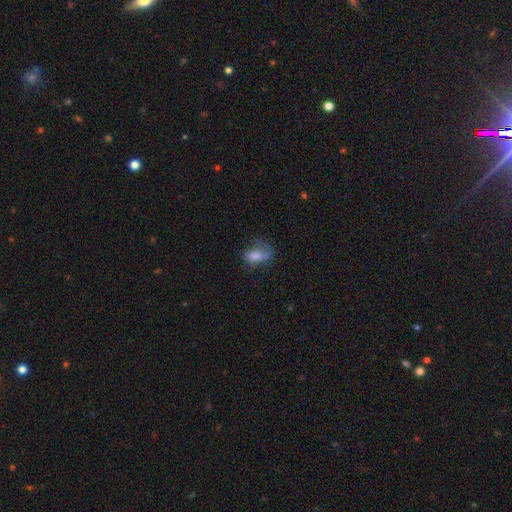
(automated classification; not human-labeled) Smooth or featured? smooth (48%)
Merging? none (42%)